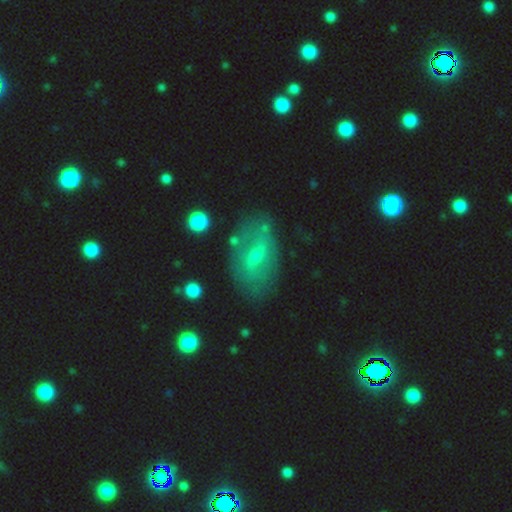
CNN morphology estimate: Smooth or featured? featured or disk (53%)
Edge-on disk? no (90%)
Merging? none (71%)